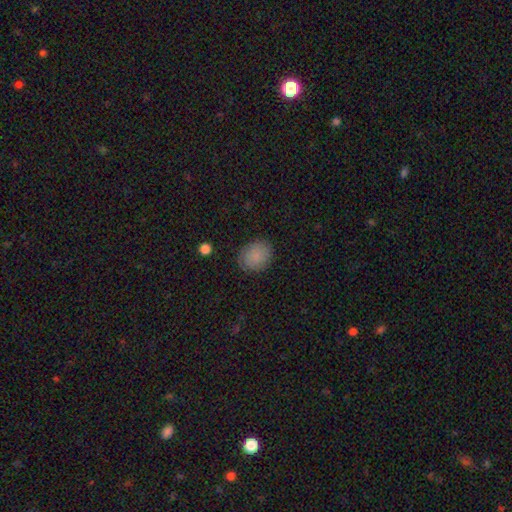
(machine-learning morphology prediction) This appears to be a smooth galaxy with no disk features (85%) that is round (62%). Merging: none (84%).